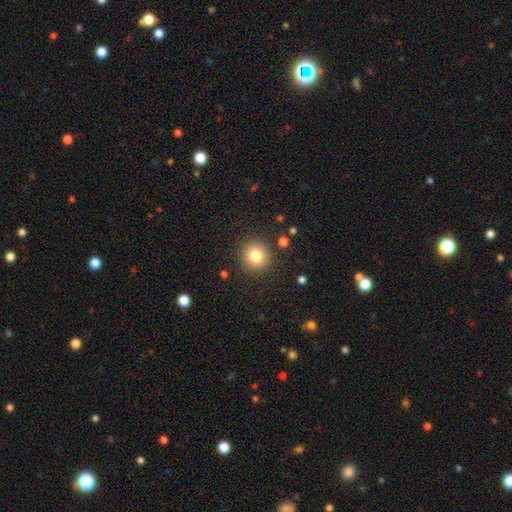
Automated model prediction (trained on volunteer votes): smooth_or_featured: smooth (p=0.81) [alt: star or artifact p=0.11]
how_rounded: round (p=0.92) [alt: in between p=0.07]
merging: none (p=0.89) [alt: minor disturbance p=0.07]